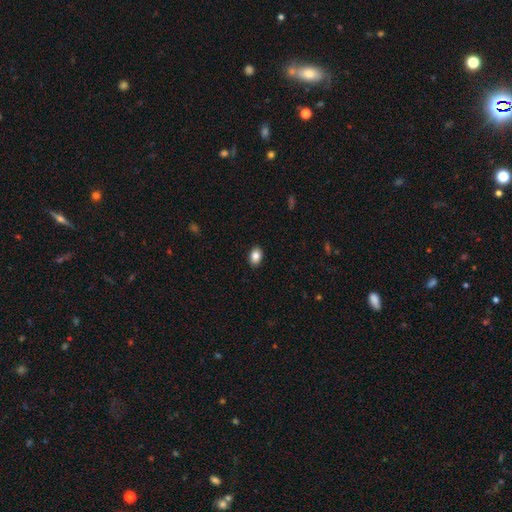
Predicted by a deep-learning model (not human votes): Smooth or featured? smooth (86%)
How rounded? in between (80%)
Merging? none (90%)